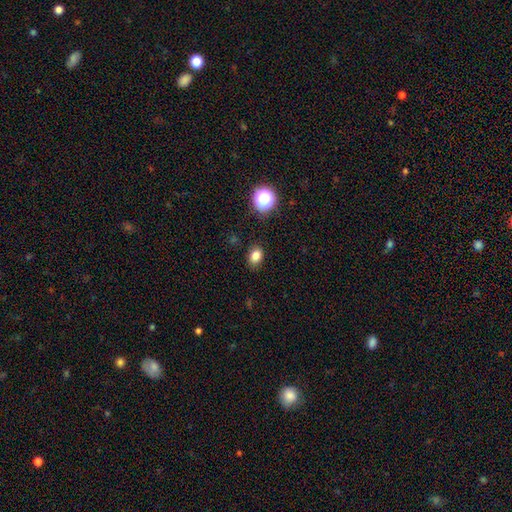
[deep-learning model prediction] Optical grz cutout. It shows a smooth galaxy with no disk features (81%) that is in between round and cigar-shaped (71%). Merging: none (85%).